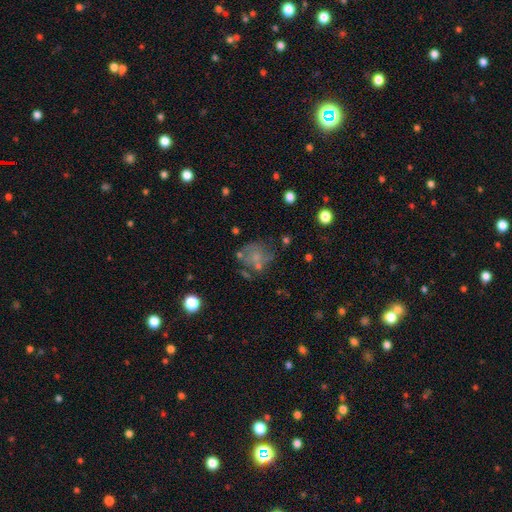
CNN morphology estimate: Smooth or featured? Predicted: smooth (p=0.48). Merging? Predicted: none (p=0.43).